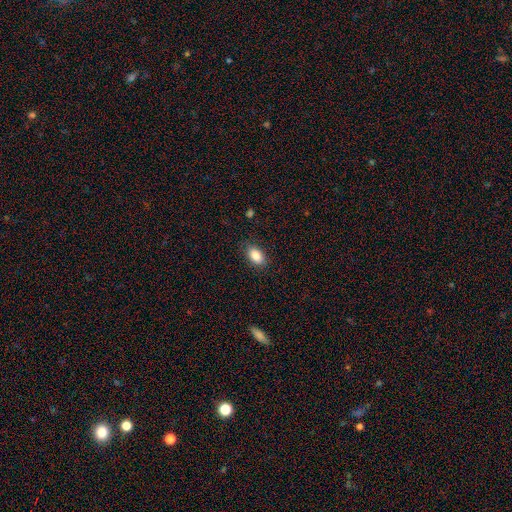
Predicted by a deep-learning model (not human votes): Morphology: type=smooth (87%); roundness=in between (91%); merging=none (86%).